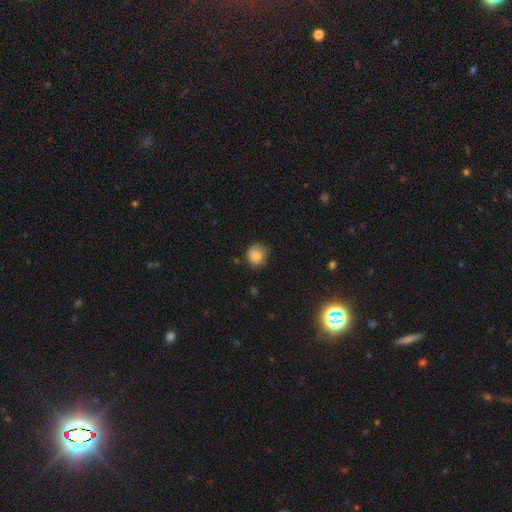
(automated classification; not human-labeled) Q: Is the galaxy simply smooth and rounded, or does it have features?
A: smooth — 81%.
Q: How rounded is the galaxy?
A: round — 77%.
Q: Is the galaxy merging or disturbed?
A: none — 57%.